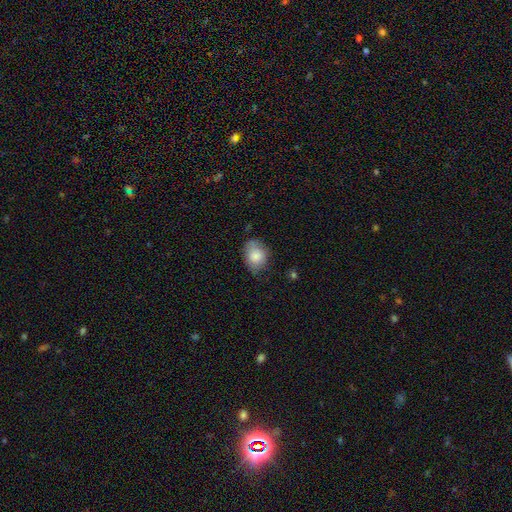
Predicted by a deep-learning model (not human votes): Smooth or featured? smooth (80%)
How rounded? in between (61%)
Merging? none (59%)